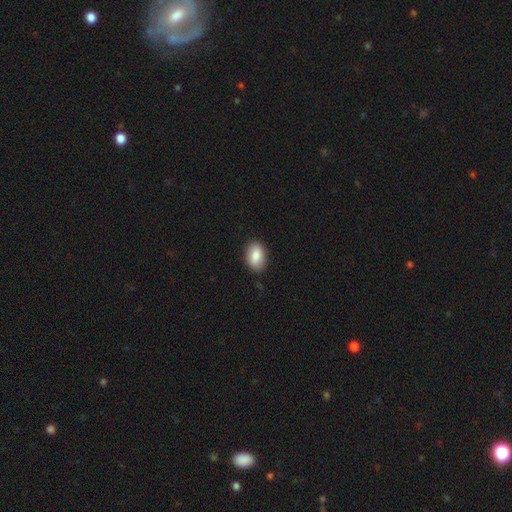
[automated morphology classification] A smooth galaxy with no disk features (86%) that is in between round and cigar-shaped (88%).

Vote fractions:
- Smooth or featured? smooth: 86% / featured or disk: 8% / star or artifact: 7%
- How rounded? in between: 88% / round: 10% / cigar-shaped: 1%
- Merging? none: 87% / minor disturbance: 10% / major disturbance: 2% / merger: 1%